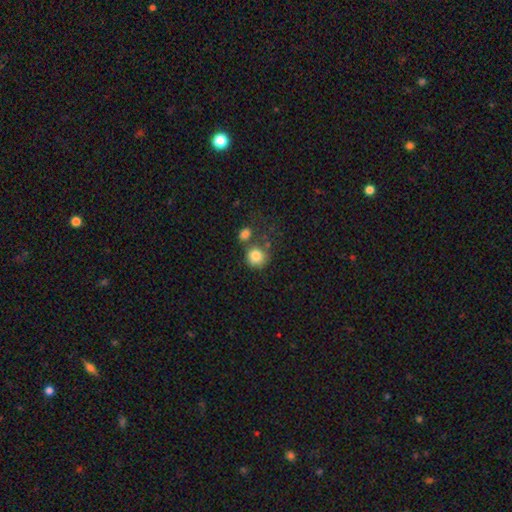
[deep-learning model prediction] Overall: smooth (82%). How rounded: round (85%). Merging: none (56%; merger 23%).